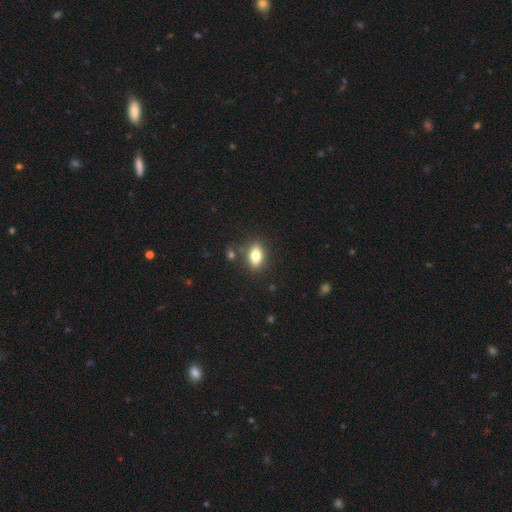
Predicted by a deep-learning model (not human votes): A smooth galaxy with no disk features (76%) that is in between round and cigar-shaped (83%).

Vote fractions:
- Smooth or featured? smooth: 76% / featured or disk: 16% / star or artifact: 9%
- How rounded? in between: 83% / cigar-shaped: 8% / round: 8%
- Merging? none: 81% / minor disturbance: 11% / merger: 5% / major disturbance: 3%